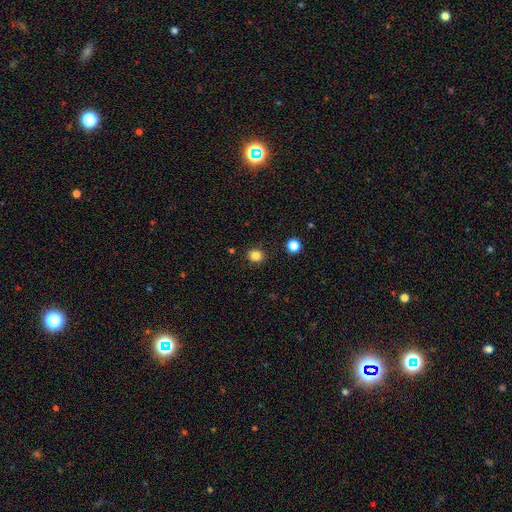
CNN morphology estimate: A smooth galaxy with no disk features (83%) that is round (81%). Merging: none (88%).